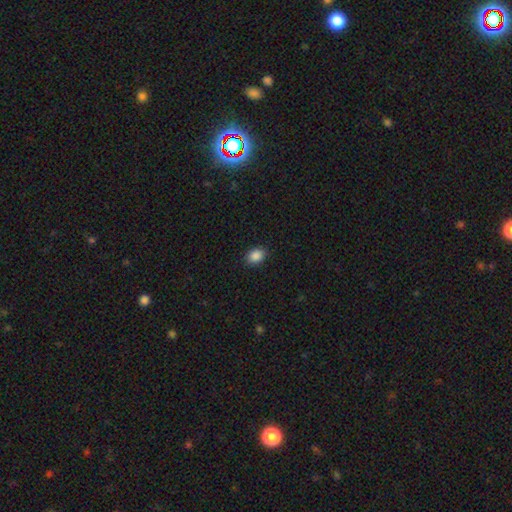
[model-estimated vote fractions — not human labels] Smooth or featured: smooth — 88% (star or artifact — 9%)
How rounded: in between — 68% (round — 31%)
Merging: none — 88% (minor disturbance — 8%)